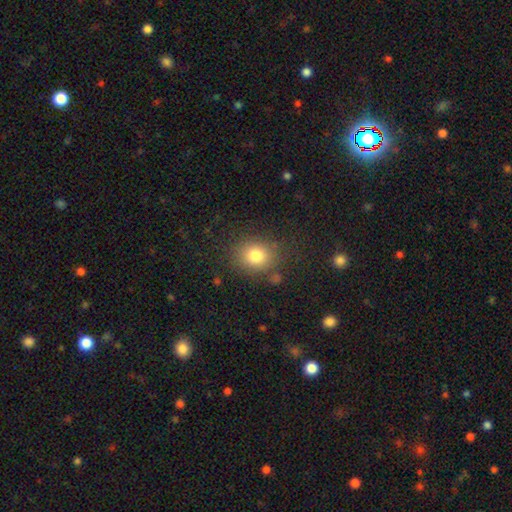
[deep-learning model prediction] Q: Smooth or featured?
A: smooth (79%); runner-up: star or artifact (12%)
Q: How rounded?
A: round (64%); runner-up: in between (35%)
Q: Merging?
A: none (79%); runner-up: minor disturbance (13%)